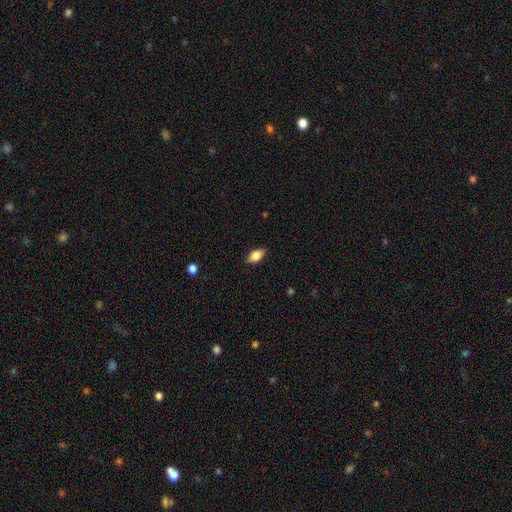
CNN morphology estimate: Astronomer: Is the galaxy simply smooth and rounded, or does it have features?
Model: smooth — 82%.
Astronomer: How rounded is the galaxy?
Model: in between — 90%.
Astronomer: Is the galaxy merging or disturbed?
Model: none — 87%.